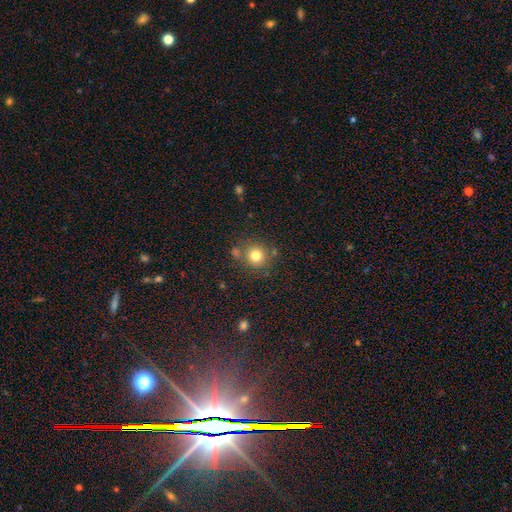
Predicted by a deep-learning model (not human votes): Smooth or featured? Predicted: smooth (p=0.78). How rounded? Predicted: round (p=0.92). Merging? Predicted: none (p=0.76).